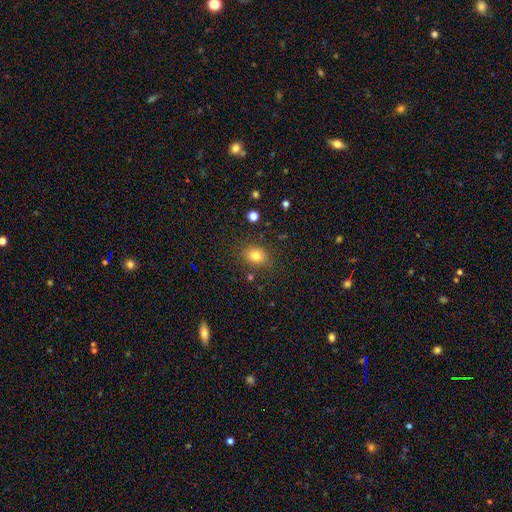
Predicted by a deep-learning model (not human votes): smooth_or_featured: smooth (p=0.79) [alt: star or artifact p=0.13]
how_rounded: in between (p=0.50) [alt: round p=0.49]
merging: none (p=0.82) [alt: minor disturbance p=0.11]